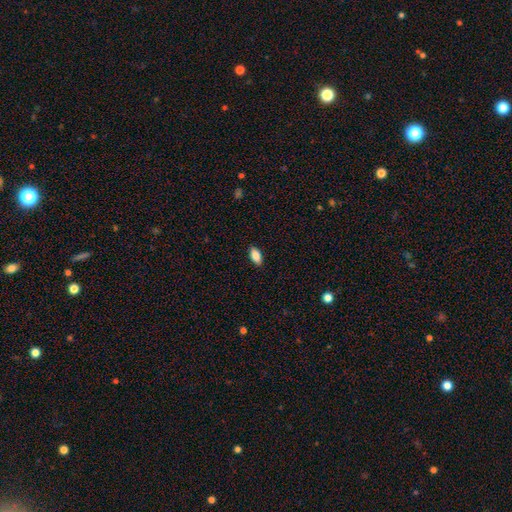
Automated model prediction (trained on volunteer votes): Overall: smooth (86%). How rounded: in between (92%). Merging: none (89%).